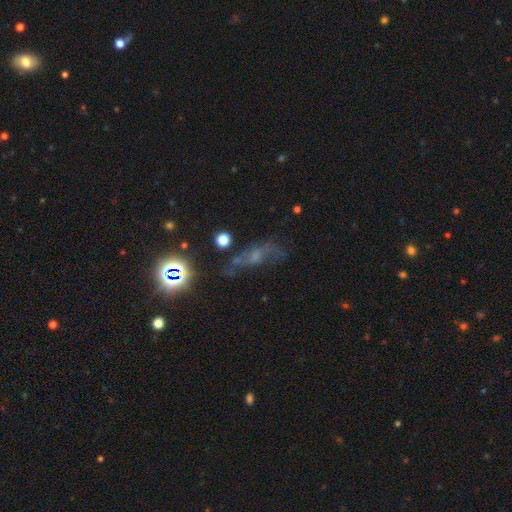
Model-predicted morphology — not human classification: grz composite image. It shows a featured or disk galaxy (38%). Merging: none (47%).